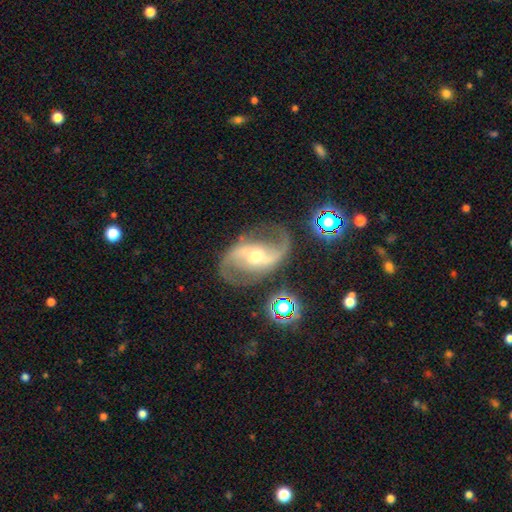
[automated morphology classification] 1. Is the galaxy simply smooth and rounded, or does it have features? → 88% featured or disk, 7% star or artifact, 6% smooth.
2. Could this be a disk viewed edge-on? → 97% no, 3% yes.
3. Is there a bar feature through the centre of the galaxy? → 37% weak, 33% strong, 30% no.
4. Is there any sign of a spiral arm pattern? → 96% yes, 4% no.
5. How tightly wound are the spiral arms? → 45% medium (tied), 45% loose (tied), 11% tight.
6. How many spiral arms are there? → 92% 2, 3% can't tell, 2% 1, 1% 3, 1% 4, 1% more than 4.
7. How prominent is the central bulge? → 57% moderate, 37% small, 4% large, 1% dominant, 1% none.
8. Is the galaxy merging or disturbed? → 75% none, 14% minor disturbance, 8% major disturbance, 2% merger.